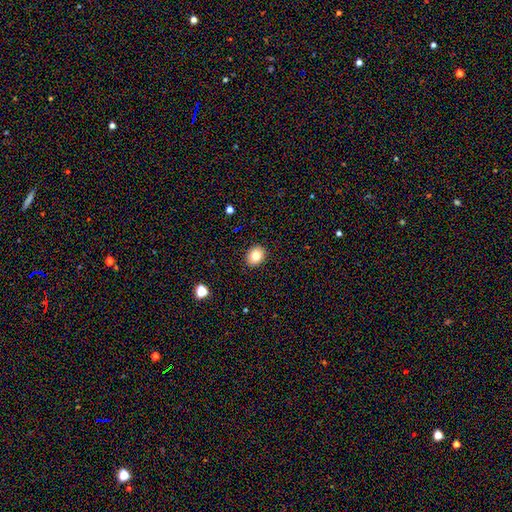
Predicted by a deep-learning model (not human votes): The model was most divided on "how rounded": in between: 51%, round: 48%, cigar-shaped: 1%. More confident: merging — none (90%); smooth or featured — smooth (80%).